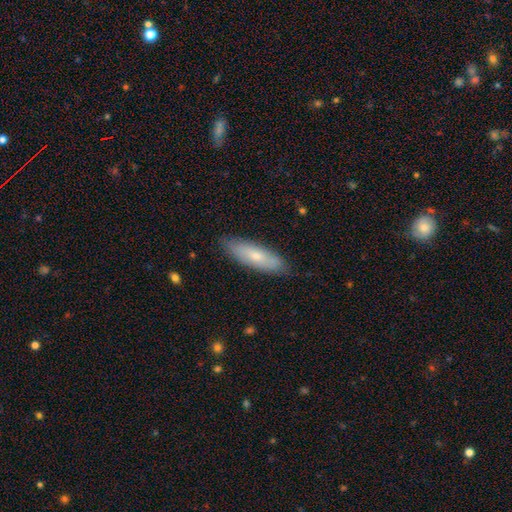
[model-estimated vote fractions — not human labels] Smooth or featured? smooth (64%)
How rounded? cigar-shaped (55%)
Merging? none (84%)